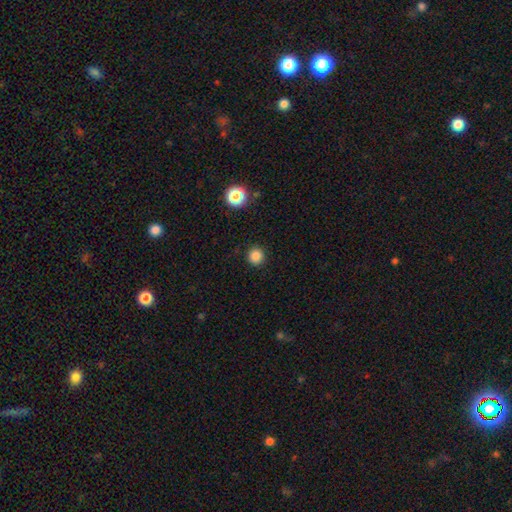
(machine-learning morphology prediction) smooth 84%, star or artifact 12%, featured or disk 4%. Down the decision tree: how rounded — round (94%); merging — none (92%).